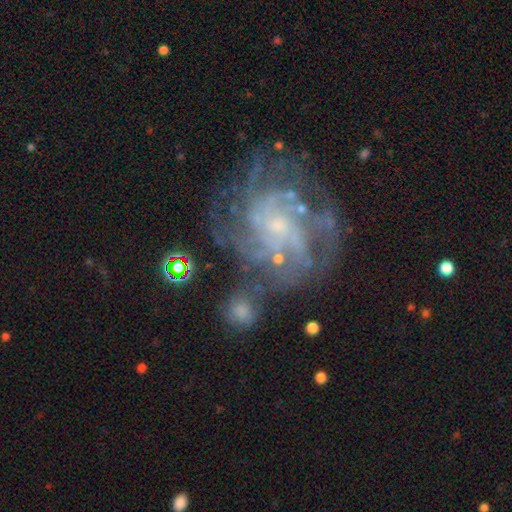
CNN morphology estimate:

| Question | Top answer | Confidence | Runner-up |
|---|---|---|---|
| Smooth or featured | featured or disk | 83% | star or artifact (9%) |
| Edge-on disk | no | 98% | yes (2%) |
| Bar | no | 65% | weak (29%) |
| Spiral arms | yes | 92% | no (8%) |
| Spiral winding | tight | 51% | medium (38%) |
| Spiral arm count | can't tell | 32% | 4 (23%) |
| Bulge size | small | 66% | moderate (17%) |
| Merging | none | 62% | minor disturbance (18%) |